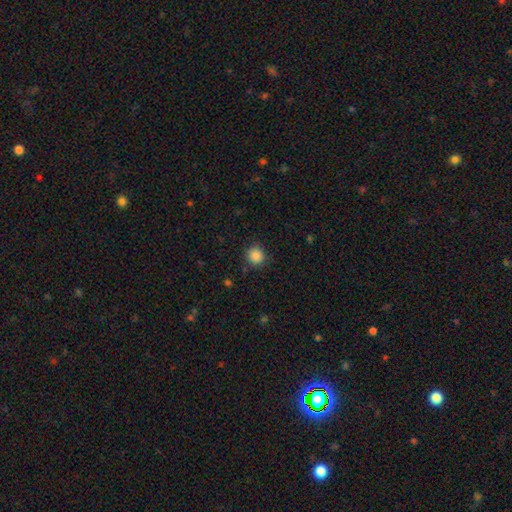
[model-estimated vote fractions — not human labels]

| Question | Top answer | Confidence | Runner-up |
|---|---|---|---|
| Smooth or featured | smooth | 87% | star or artifact (10%) |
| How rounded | round | 90% | in between (9%) |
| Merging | none | 87% | minor disturbance (9%) |